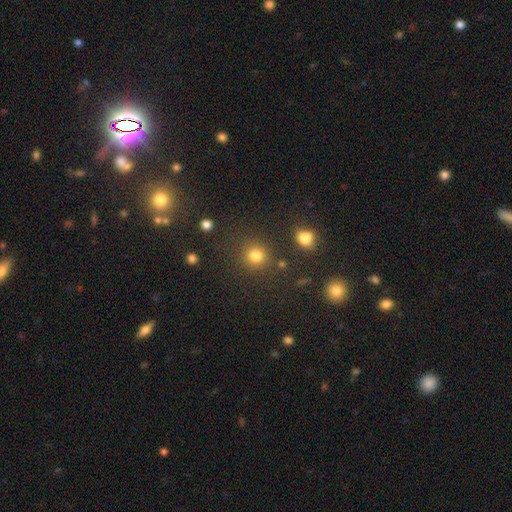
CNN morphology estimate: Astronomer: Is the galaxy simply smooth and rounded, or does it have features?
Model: smooth — 80%.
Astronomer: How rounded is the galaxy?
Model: round — 89%.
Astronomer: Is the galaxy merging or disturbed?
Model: none — 81%.